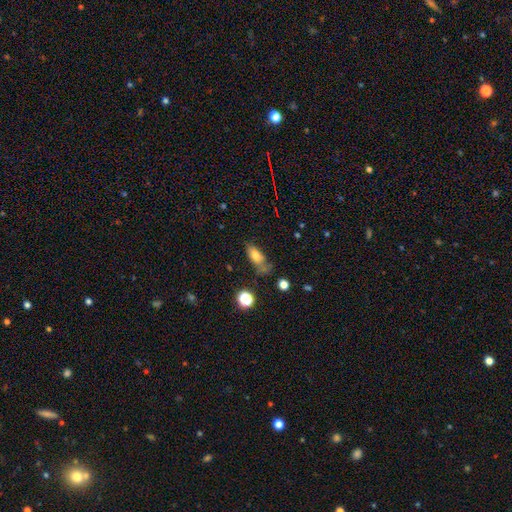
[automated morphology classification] Smooth or featured? smooth (74%)
How rounded? in between (77%)
Merging? none (45%)